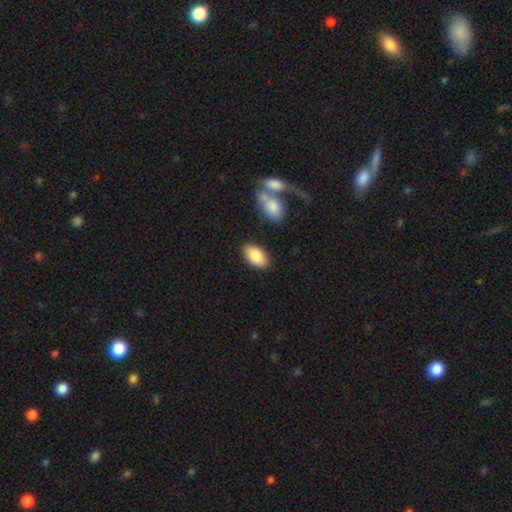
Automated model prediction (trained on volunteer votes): Overall: smooth (86%). How rounded: in between (94%). Merging: none (84%).